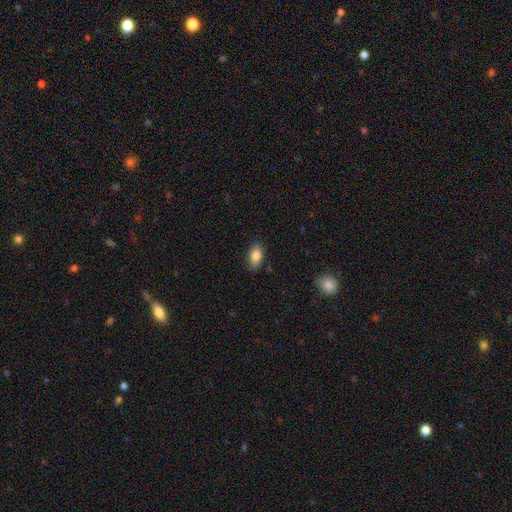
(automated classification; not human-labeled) Smooth or featured? smooth (84%)
How rounded? in between (89%)
Merging? none (85%)